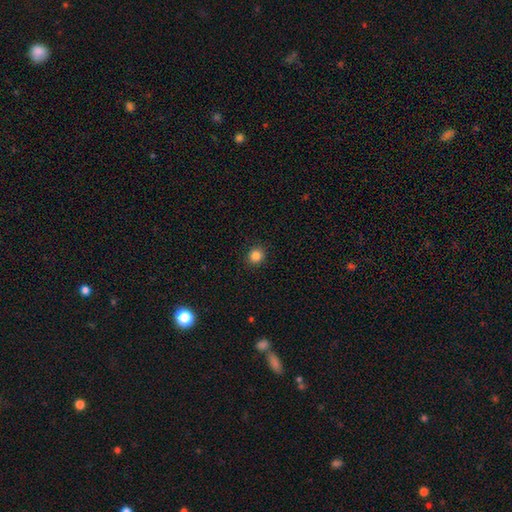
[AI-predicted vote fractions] smooth_or_featured: smooth (p=0.85) [alt: star or artifact p=0.11]
how_rounded: round (p=0.88) [alt: in between p=0.11]
merging: none (p=0.91) [alt: minor disturbance p=0.06]